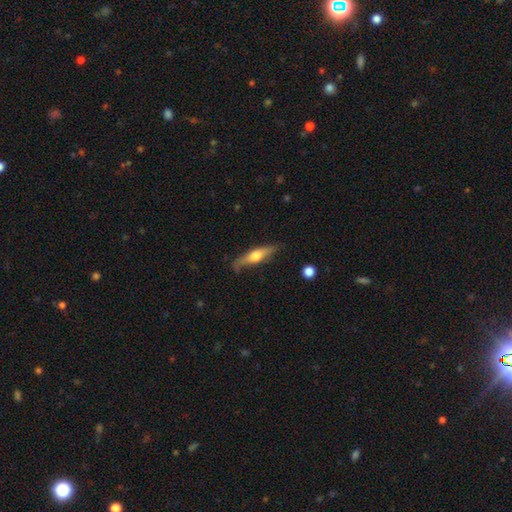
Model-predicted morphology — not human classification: This appears to be a featured or disk galaxy (50%). Merging: none (73%).